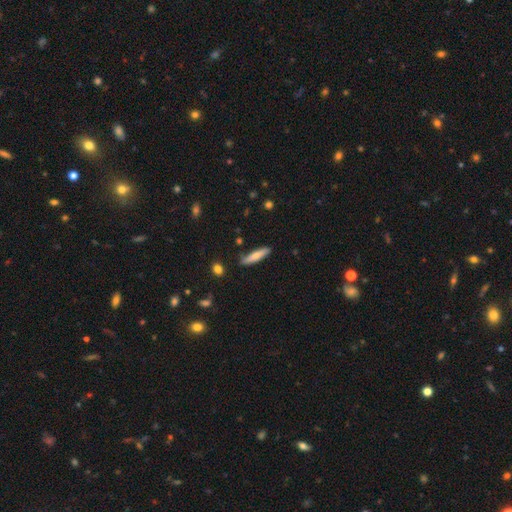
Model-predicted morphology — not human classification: smooth_or_featured: smooth (p=0.73) [alt: featured or disk p=0.21]
how_rounded: cigar-shaped (p=0.82) [alt: in between p=0.16]
merging: none (p=0.85) [alt: minor disturbance p=0.11]